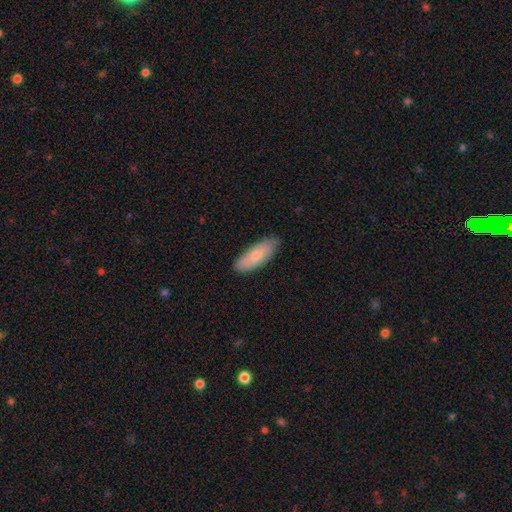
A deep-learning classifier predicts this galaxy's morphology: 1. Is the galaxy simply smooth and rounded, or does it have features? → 68% smooth, 26% featured or disk, 6% star or artifact.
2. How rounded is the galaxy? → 75% in between, 24% cigar-shaped, 2% round.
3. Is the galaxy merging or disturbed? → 78% none, 18% minor disturbance, 3% major disturbance, 1% merger.